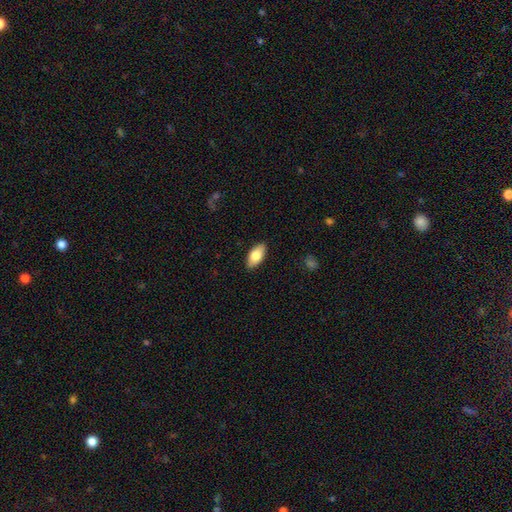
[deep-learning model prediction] A smooth galaxy with no disk features (79%) that is in between round and cigar-shaped (91%). Merging: none (88%).